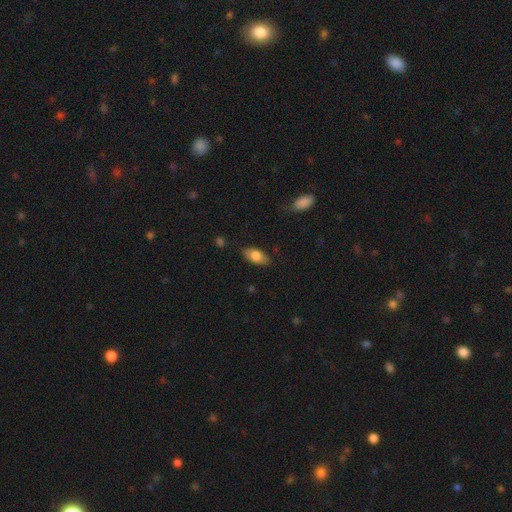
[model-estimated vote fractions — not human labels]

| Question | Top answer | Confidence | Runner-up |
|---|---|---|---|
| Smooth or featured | smooth | 79% | featured or disk (14%) |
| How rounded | in between | 91% | cigar-shaped (6%) |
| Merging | none | 83% | minor disturbance (13%) |